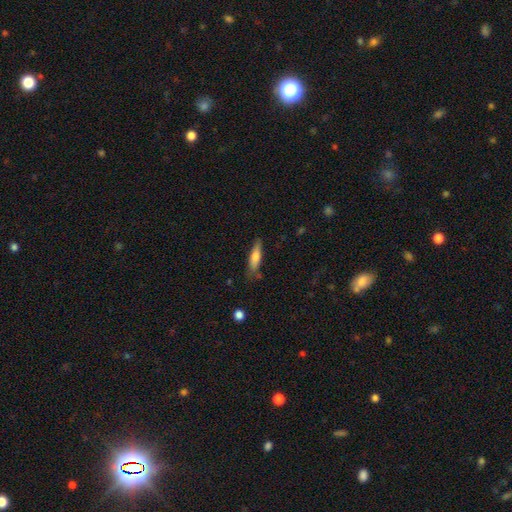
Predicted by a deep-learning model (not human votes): smooth_or_featured: smooth (p=0.69) [alt: featured or disk p=0.25]
how_rounded: cigar-shaped (p=0.72) [alt: in between p=0.26]
merging: none (p=0.77) [alt: minor disturbance p=0.17]